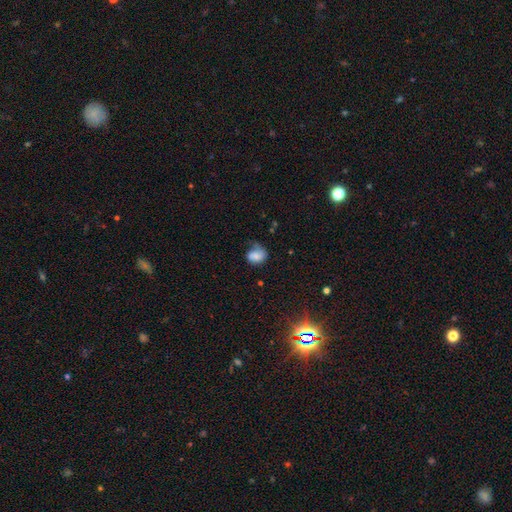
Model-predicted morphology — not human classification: A smooth galaxy with no disk features (63%) that is in between round and cigar-shaped (50%).

Vote fractions:
- Smooth or featured? smooth: 63% / featured or disk: 27% / star or artifact: 10%
- How rounded? in between: 50% / round: 49% / cigar-shaped: 1%
- Merging? none: 38% / minor disturbance: 31% / major disturbance: 26% / merger: 5%